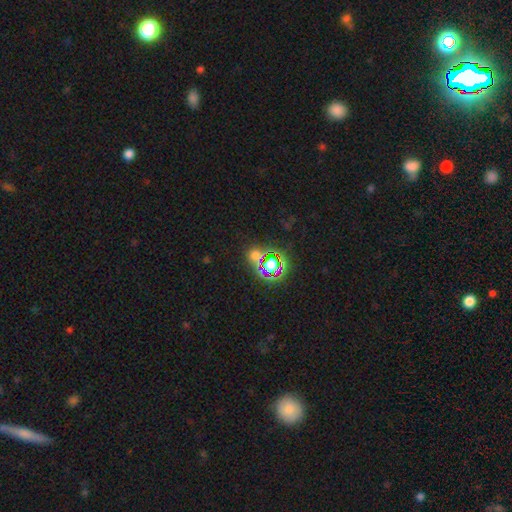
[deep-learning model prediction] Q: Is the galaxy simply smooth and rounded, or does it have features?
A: star or artifact — 53%.